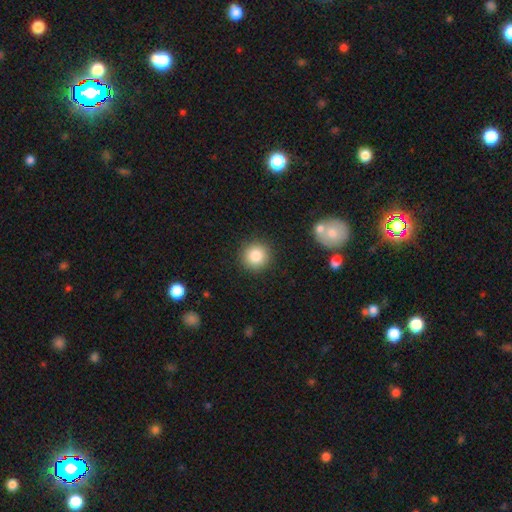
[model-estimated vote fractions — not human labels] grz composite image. It shows a smooth galaxy with no disk features (85%) that is round (94%). Merging: none (90%).